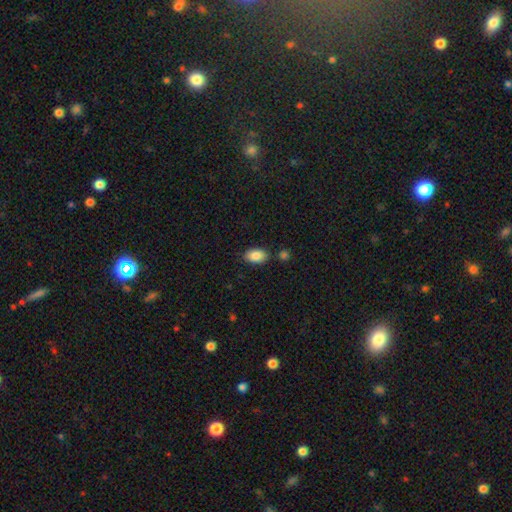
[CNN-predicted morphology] smooth-or-featured: smooth: 88% | star or artifact: 7% | featured or disk: 5%
  how-rounded: in between: 91% | round: 7% | cigar-shaped: 1%
  merging: none: 80% | minor disturbance: 12% | merger: 6% | major disturbance: 3%